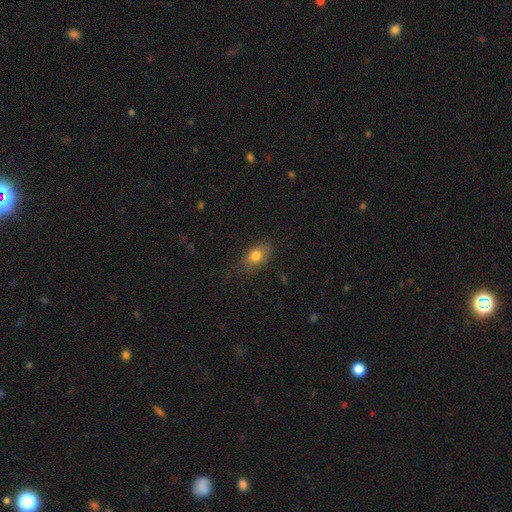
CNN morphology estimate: This is likely a smooth galaxy (78%). How rounded: likely in between (80%). Merging: likely none (71%).